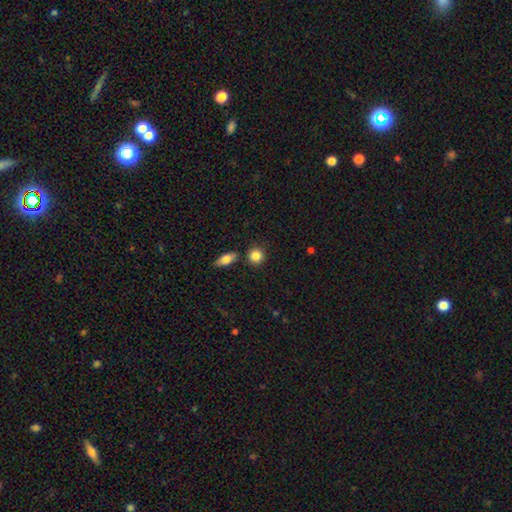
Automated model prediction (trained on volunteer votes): smooth_or_featured: smooth (p=0.85) [alt: star or artifact p=0.08]
how_rounded: round (p=0.86) [alt: in between p=0.12]
merging: none (p=0.83) [alt: minor disturbance p=0.08]